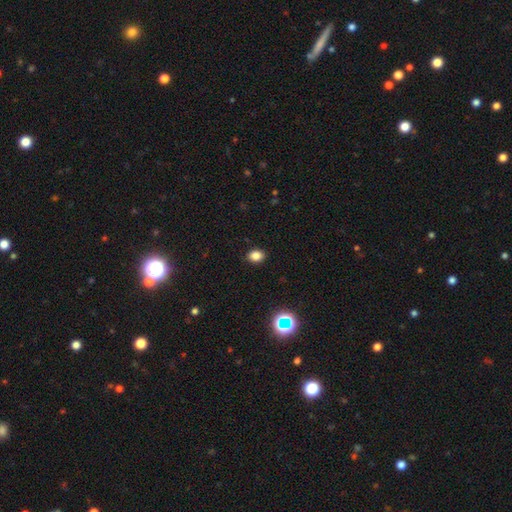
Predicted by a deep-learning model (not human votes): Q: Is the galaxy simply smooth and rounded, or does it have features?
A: smooth — 82%.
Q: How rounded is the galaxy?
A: in between — 60%.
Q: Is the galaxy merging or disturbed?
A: none — 89%.